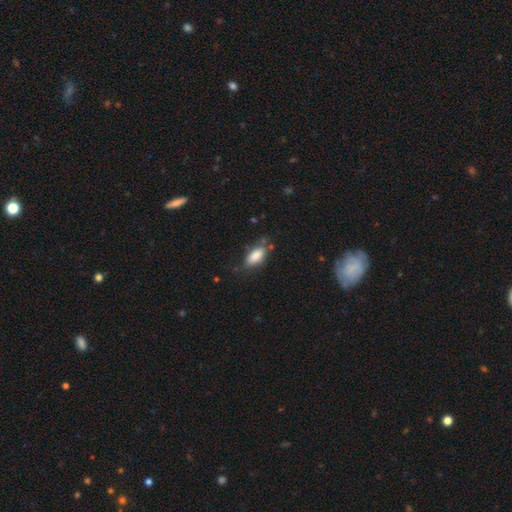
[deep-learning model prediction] This is clearly a smooth galaxy (84%). How rounded: clearly in between (85%). Merging: likely none (70%).